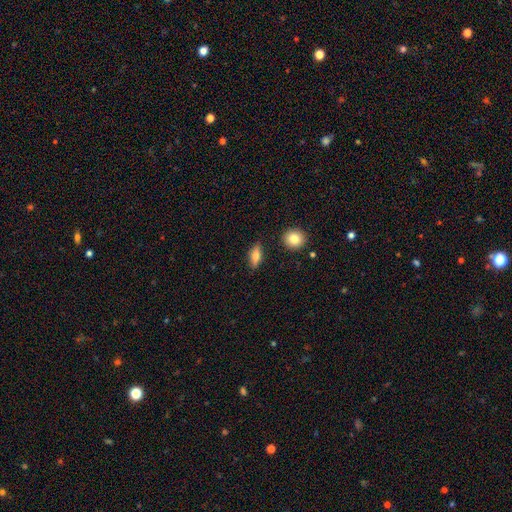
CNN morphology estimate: smooth_or_featured: smooth (p=0.71) [alt: featured or disk p=0.22]
how_rounded: in between (p=0.71) [alt: cigar-shaped p=0.23]
merging: none (p=0.83) [alt: minor disturbance p=0.11]